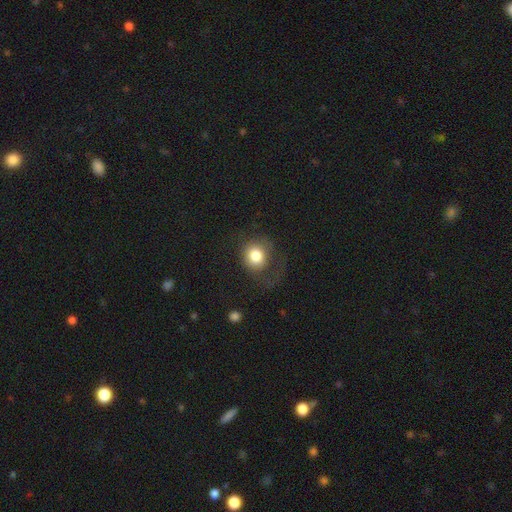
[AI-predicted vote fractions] This appears to be a smooth galaxy with no disk features (79%) that is round (80%). Merging: none (55%).